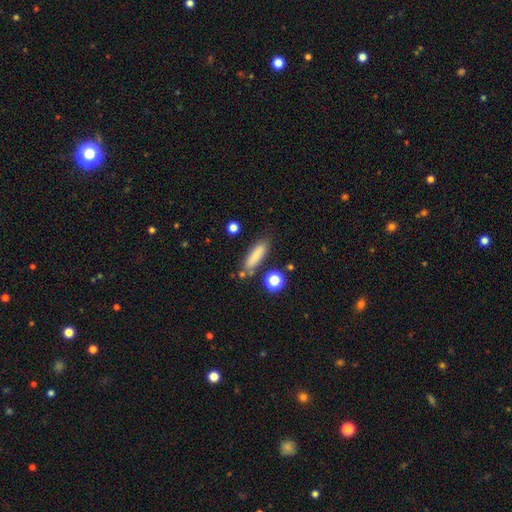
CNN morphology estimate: Q: Smooth or featured?
A: smooth (82%); runner-up: star or artifact (9%)
Q: How rounded?
A: cigar-shaped (62%); runner-up: in between (35%)
Q: Merging?
A: none (77%); runner-up: minor disturbance (13%)